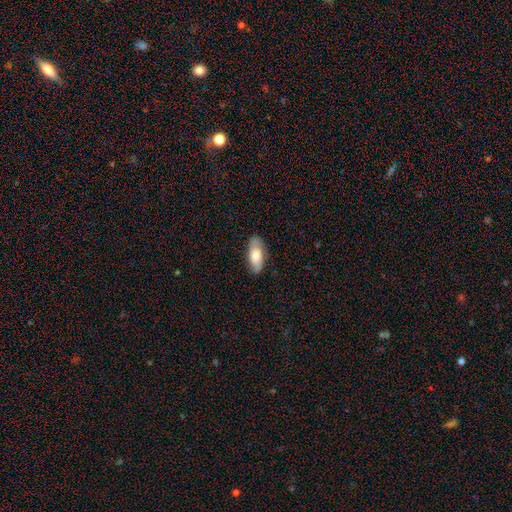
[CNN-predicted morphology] The model was most divided on "smooth or featured": smooth: 67%, featured or disk: 27%, star or artifact: 6%. More confident: how rounded — in between (84%); merging — none (82%).